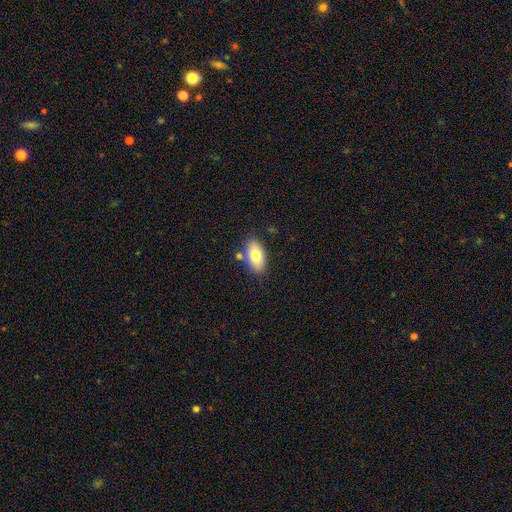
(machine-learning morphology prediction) The model was most divided on "smooth or featured": smooth: 75%, featured or disk: 18%, star or artifact: 7%. More confident: how rounded — in between (91%); merging — none (78%).